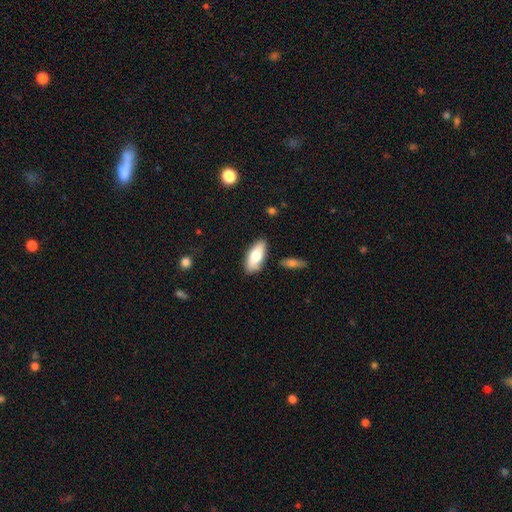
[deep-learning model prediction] The model was most divided on "smooth or featured": smooth: 72%, featured or disk: 21%, star or artifact: 6%. More confident: how rounded — in between (83%); merging — none (82%).